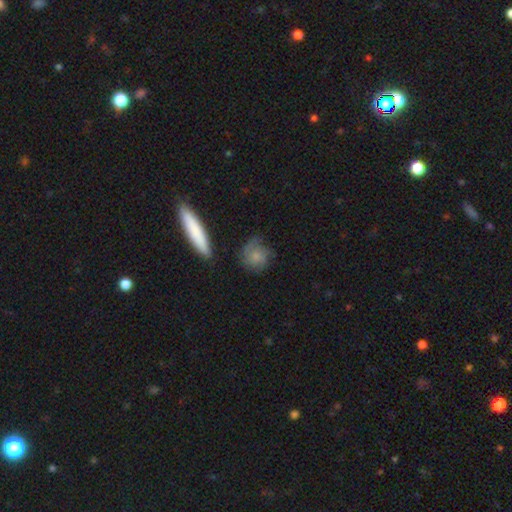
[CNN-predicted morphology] smooth_or_featured: smooth (p=0.53) [alt: featured or disk p=0.39]
how_rounded: round (p=0.76) [alt: in between p=0.21]
merging: none (p=0.60) [alt: minor disturbance p=0.23]